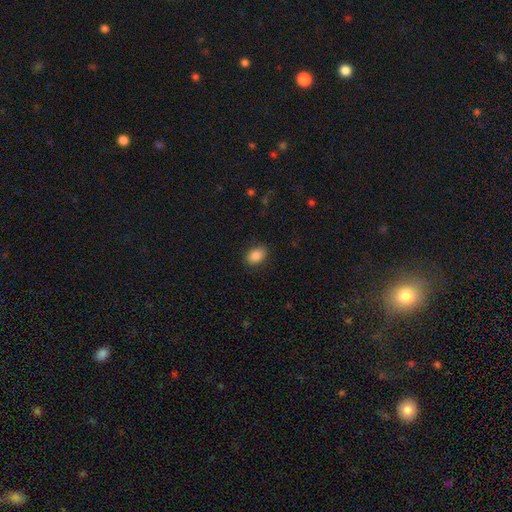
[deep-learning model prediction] Smooth or featured: smooth — 86% (star or artifact — 8%)
How rounded: in between — 84% (round — 15%)
Merging: none — 86% (minor disturbance — 10%)